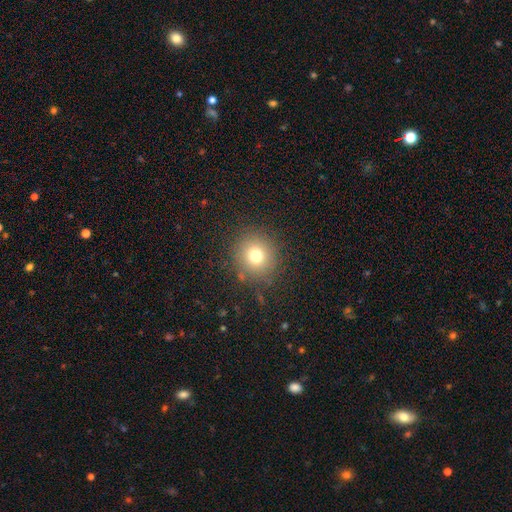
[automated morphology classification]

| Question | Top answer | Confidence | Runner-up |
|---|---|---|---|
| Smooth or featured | smooth | 74% | star or artifact (15%) |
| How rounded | round | 91% | in between (8%) |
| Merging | none | 87% | minor disturbance (8%) |